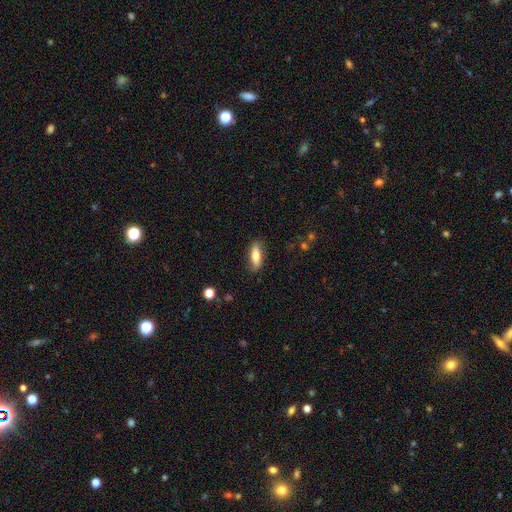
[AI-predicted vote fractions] This appears to be a smooth galaxy with no disk features (73%) that is in between round and cigar-shaped (64%). Merging: none (82%).